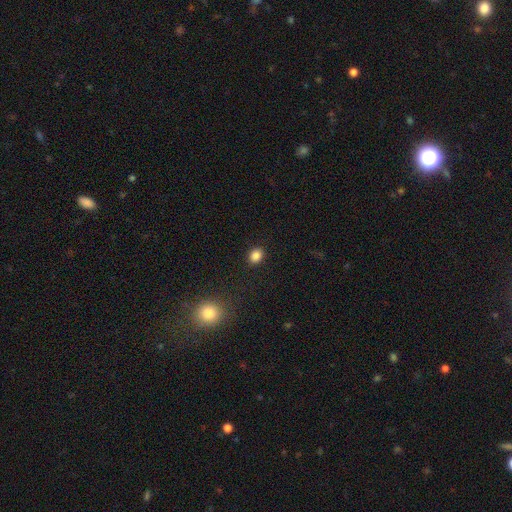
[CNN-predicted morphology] smooth 85%, star or artifact 11%, featured or disk 4%. Down the decision tree: how rounded — round (55%); merging — none (90%).